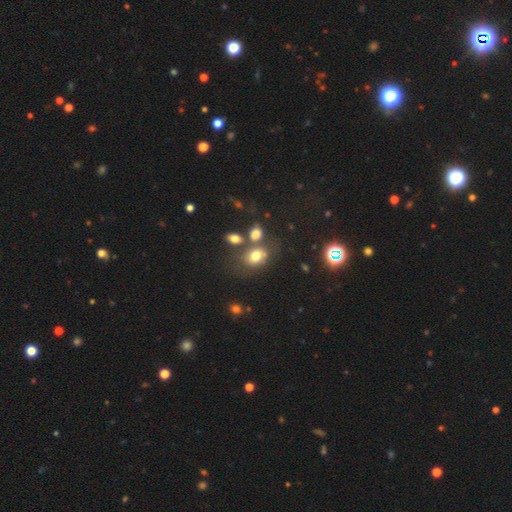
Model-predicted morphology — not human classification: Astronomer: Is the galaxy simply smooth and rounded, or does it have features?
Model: smooth — 71%.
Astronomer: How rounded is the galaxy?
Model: in between — 62%.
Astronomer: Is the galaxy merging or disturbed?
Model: none — 51%.